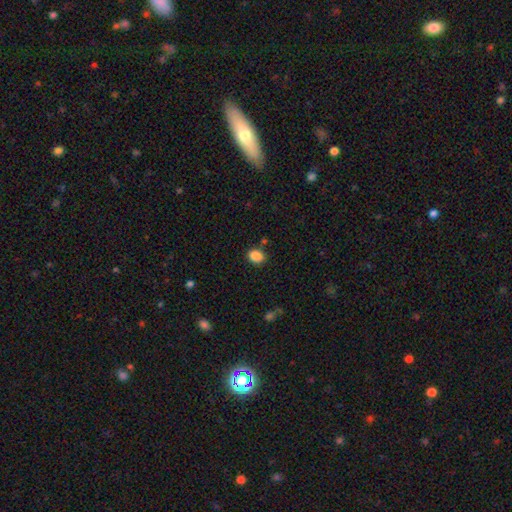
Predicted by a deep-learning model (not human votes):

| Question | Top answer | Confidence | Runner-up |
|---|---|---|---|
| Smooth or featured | smooth | 87% | star or artifact (9%) |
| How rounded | in between | 55% | round (44%) |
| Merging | none | 84% | minor disturbance (10%) |